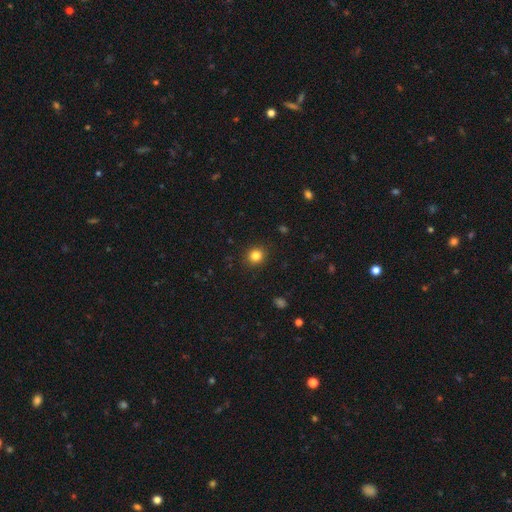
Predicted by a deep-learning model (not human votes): A smooth galaxy with no disk features (84%) that is round (83%).

Vote fractions:
- Smooth or featured? smooth: 84% / star or artifact: 12% / featured or disk: 5%
- How rounded? round: 83% / in between: 16% / cigar-shaped: 1%
- Merging? none: 90% / minor disturbance: 6% / major disturbance: 2% / merger: 1%